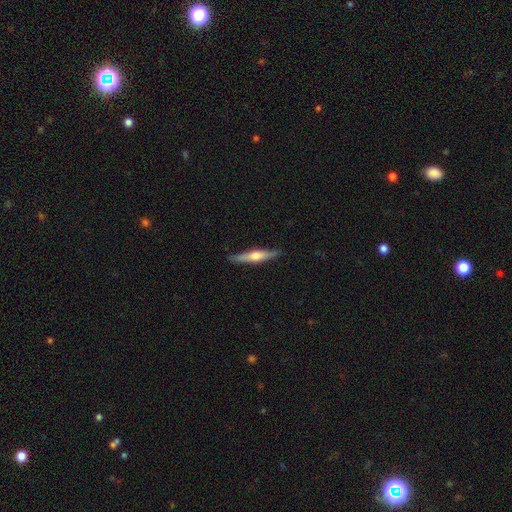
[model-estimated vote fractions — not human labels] Smooth or featured?
  - featured or disk: 56% *
  - smooth: 38%
  - star or artifact: 5%
Edge-on disk?
  - yes: 95% *
  - no: 5%
Edge-on bulge?
  - rounded: 86% *
  - none: 7%
  - boxy: 7%
Merging?
  - none: 88% *
  - minor disturbance: 9%
  - major disturbance: 2%
  - merger: 1%